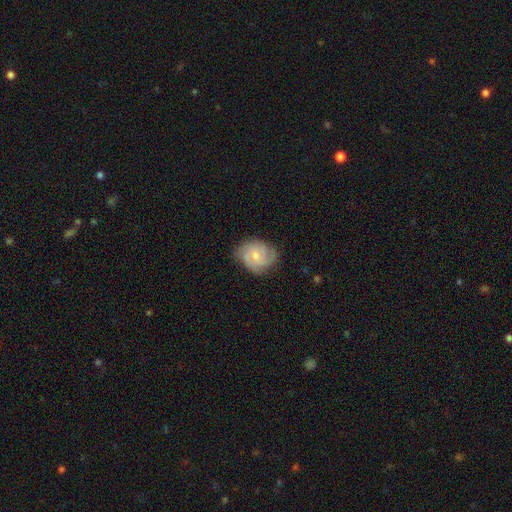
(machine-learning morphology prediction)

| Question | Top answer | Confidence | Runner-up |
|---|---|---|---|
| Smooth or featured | featured or disk | 61% | smooth (33%) |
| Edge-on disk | no | 97% | yes (3%) |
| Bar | no | 65% | weak (31%) |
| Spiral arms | yes | 90% | no (10%) |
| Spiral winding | tight | 49% | medium (39%) |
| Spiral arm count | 3 | 35% | can't tell (25%) |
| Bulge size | moderate | 48% | small (46%) |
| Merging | none | 68% | minor disturbance (25%) |